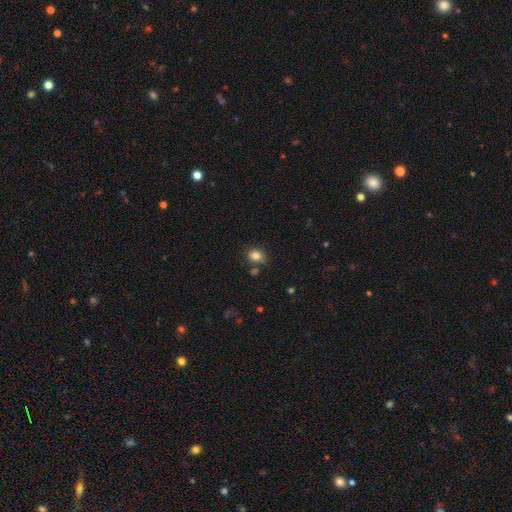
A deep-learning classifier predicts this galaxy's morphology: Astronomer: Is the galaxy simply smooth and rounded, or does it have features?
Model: smooth — 84%.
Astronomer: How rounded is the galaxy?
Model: round — 51% (runner-up: in between, 48%).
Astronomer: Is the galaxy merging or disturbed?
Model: none — 76%.